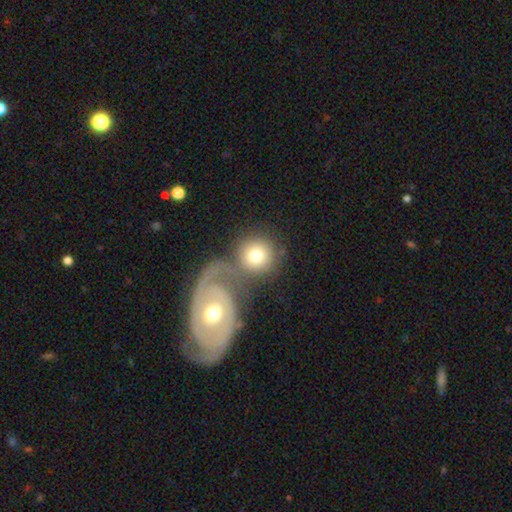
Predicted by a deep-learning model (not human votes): Smooth or featured?
  - smooth: 69% *
  - featured or disk: 24%
  - star or artifact: 7%
How rounded?
  - round: 85% *
  - in between: 13%
  - cigar-shaped: 1%
Merging?
  - none: 44% *
  - merger: 39%
  - minor disturbance: 9%
  - major disturbance: 7%